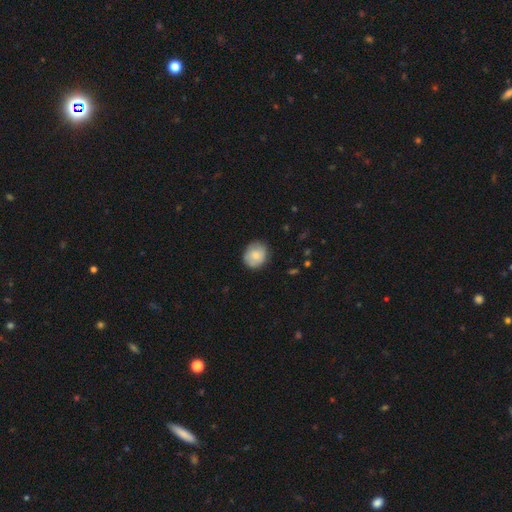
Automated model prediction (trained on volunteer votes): A smooth galaxy with no disk features (80%) that is round (75%).

Vote fractions:
- Smooth or featured? smooth: 80% / featured or disk: 14% / star or artifact: 7%
- How rounded? round: 75% / in between: 24% / cigar-shaped: 1%
- Merging? none: 82% / minor disturbance: 14% / major disturbance: 3% / merger: 1%